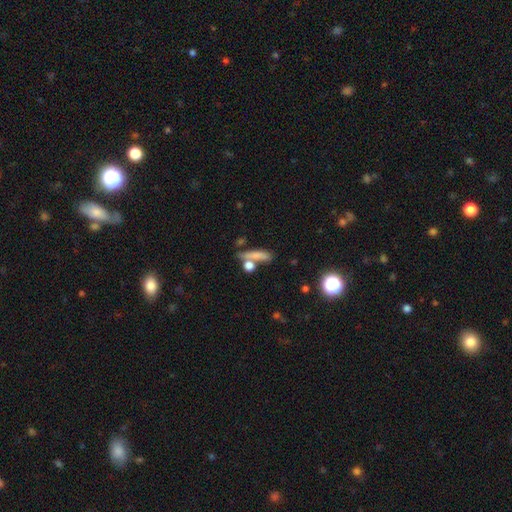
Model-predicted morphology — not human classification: Smooth or featured? Predicted: smooth (p=0.72). How rounded? Predicted: cigar-shaped (p=0.66). Merging? Predicted: none (p=0.55).